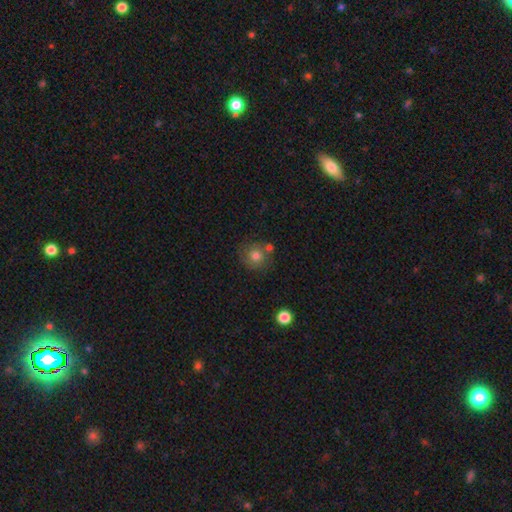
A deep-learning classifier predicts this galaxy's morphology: A smooth galaxy with no disk features (76%) that is round (90%).

Vote fractions:
- Smooth or featured? smooth: 76% / featured or disk: 13% / star or artifact: 11%
- How rounded? round: 90% / in between: 9% / cigar-shaped: 1%
- Merging? none: 71% / minor disturbance: 13% / merger: 13% / major disturbance: 4%